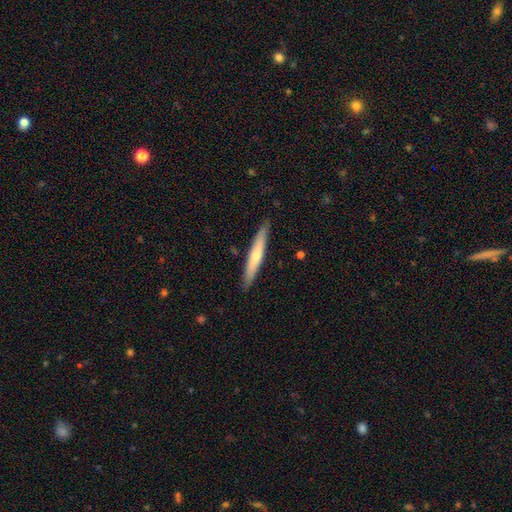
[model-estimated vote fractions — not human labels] smooth-or-featured: smooth: 54% | featured or disk: 41% | star or artifact: 5%
  how-rounded: cigar-shaped: 94% | in between: 4% | round: 1%
  merging: none: 89% | minor disturbance: 9% | major disturbance: 1% | merger: 1%